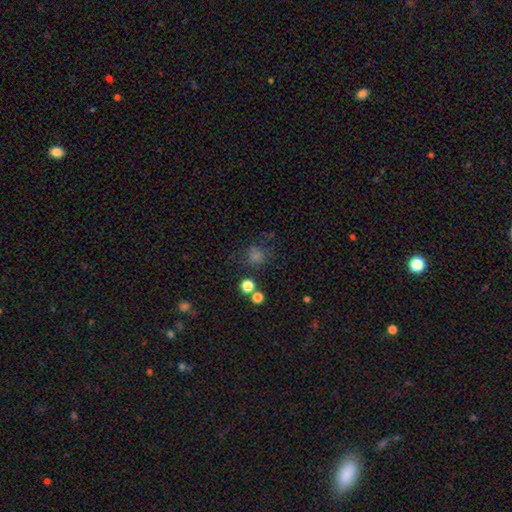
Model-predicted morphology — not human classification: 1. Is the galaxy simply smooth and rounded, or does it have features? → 59% smooth, 33% star or artifact, 9% featured or disk.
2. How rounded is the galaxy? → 84% round, 15% in between, 1% cigar-shaped.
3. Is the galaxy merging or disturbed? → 71% none, 14% minor disturbance, 8% major disturbance, 7% merger.